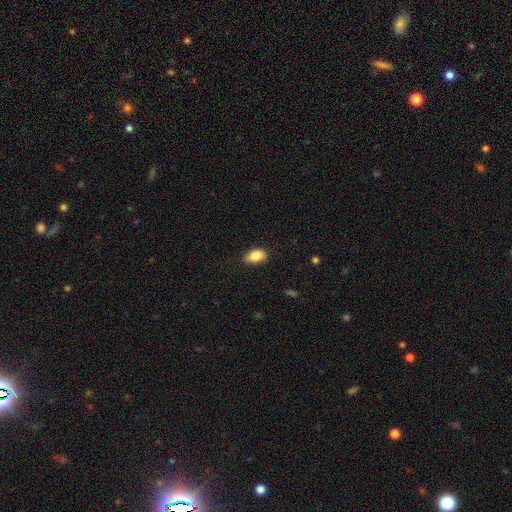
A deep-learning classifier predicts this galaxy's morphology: smooth 86%, star or artifact 8%, featured or disk 7%. Down the decision tree: how rounded — in between (89%); merging — none (83%).